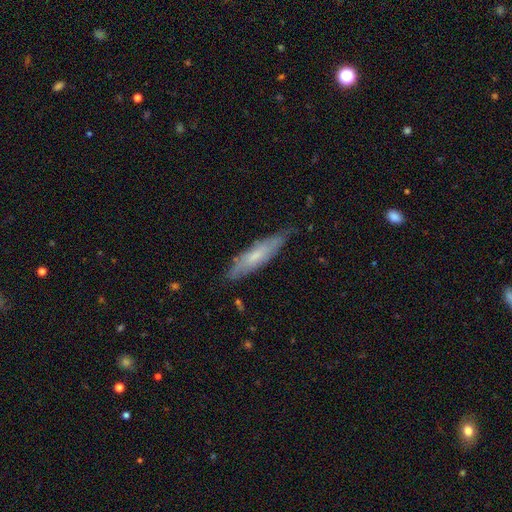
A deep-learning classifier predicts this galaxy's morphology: Q: Smooth or featured?
A: smooth (51%); runner-up: featured or disk (43%)
Q: How rounded?
A: cigar-shaped (75%); runner-up: in between (24%)
Q: Merging?
A: none (72%); runner-up: minor disturbance (23%)